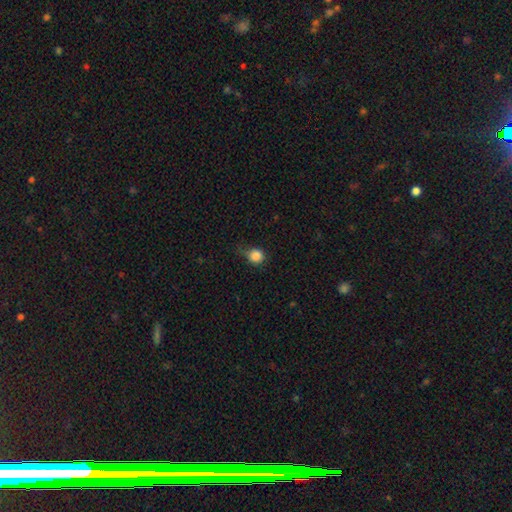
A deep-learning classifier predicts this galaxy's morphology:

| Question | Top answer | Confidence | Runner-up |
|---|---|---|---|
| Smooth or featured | smooth | 85% | star or artifact (10%) |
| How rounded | round | 89% | in between (10%) |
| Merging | none | 57% | minor disturbance (31%) |